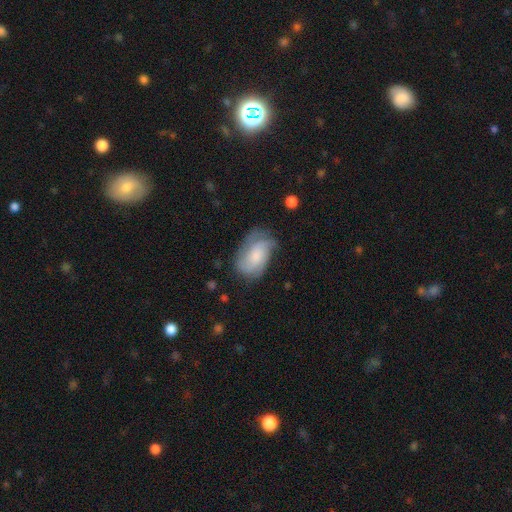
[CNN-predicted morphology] A featured or disk galaxy (60%) with no bar (68%), 2 (32%) medium (41%) spiral arms (90%) and a small central bulge (37%).

Vote fractions:
- Smooth or featured? featured or disk: 60% / smooth: 33% / star or artifact: 7%
- Edge-on disk? no: 97% / yes: 3%
- Bar? no: 68% / weak: 27% / strong: 5%
- Spiral arms? yes: 90% / no: 10%
- Spiral winding? medium: 41% / tight: 40% / loose: 18%
- Spiral arm count? 2: 32% / can't tell: 27% / 3: 25% / 1: 6% / 4: 6% / more than 4: 4%
- Bulge size? small: 37% / moderate: 34% / none: 14% / large: 12% / dominant: 2%
- Merging? none: 59% / minor disturbance: 27% / major disturbance: 13% / merger: 2%